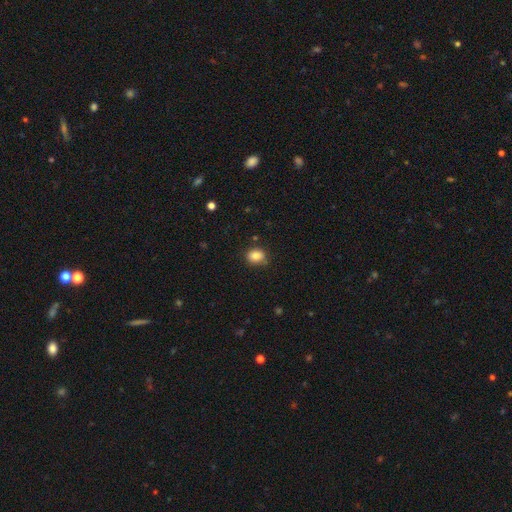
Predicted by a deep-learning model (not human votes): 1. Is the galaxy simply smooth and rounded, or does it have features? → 85% smooth, 10% star or artifact, 5% featured or disk.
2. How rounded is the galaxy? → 53% round, 46% in between, 1% cigar-shaped.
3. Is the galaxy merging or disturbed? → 76% none, 18% minor disturbance, 4% major disturbance, 2% merger.